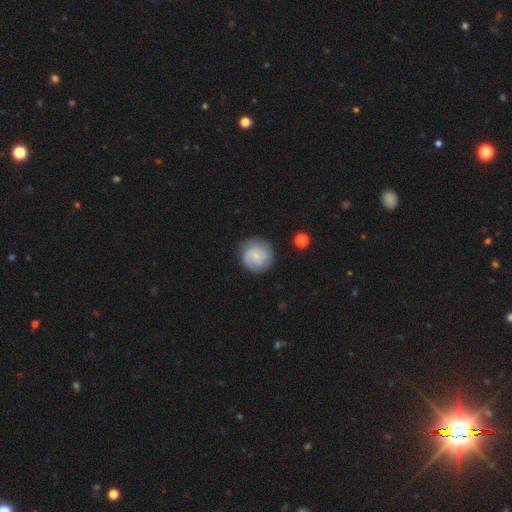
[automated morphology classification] Smooth or featured: featured or disk — 48% (smooth — 45%)
Merging: none — 80% (minor disturbance — 13%)